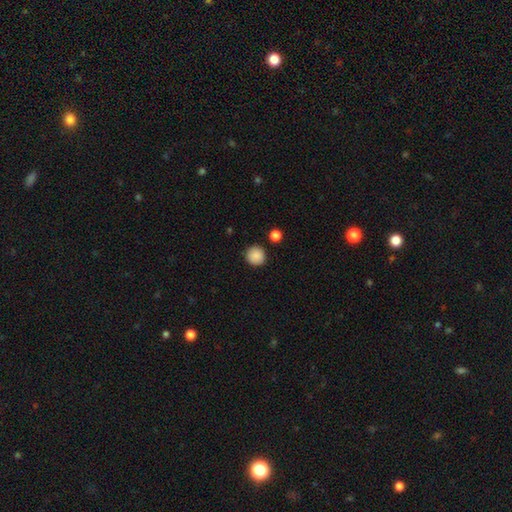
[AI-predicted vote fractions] smooth-or-featured: smooth: 88% | star or artifact: 8% | featured or disk: 3%
  how-rounded: round: 93% | in between: 6% | cigar-shaped: 1%
  merging: none: 88% | minor disturbance: 7% | merger: 2% | major disturbance: 2%